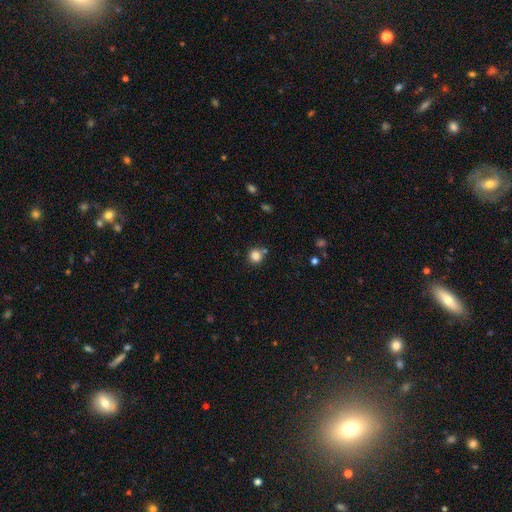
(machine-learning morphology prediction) type=smooth (83%); roundness=round (90%); merging=none (76%).